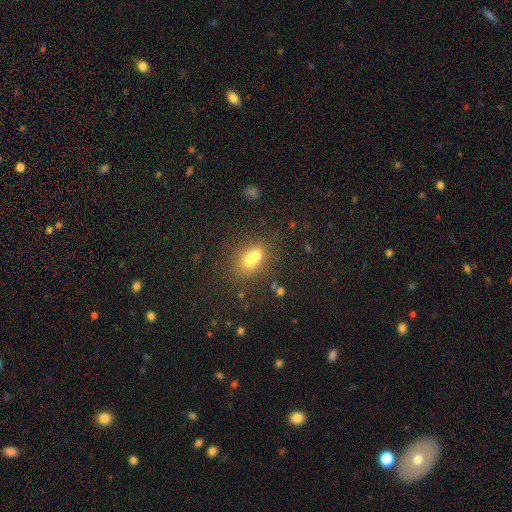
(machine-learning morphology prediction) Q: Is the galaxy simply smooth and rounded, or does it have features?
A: smooth — 64%.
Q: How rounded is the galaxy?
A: in between — 51%.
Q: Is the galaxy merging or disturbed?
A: merger — 59%.